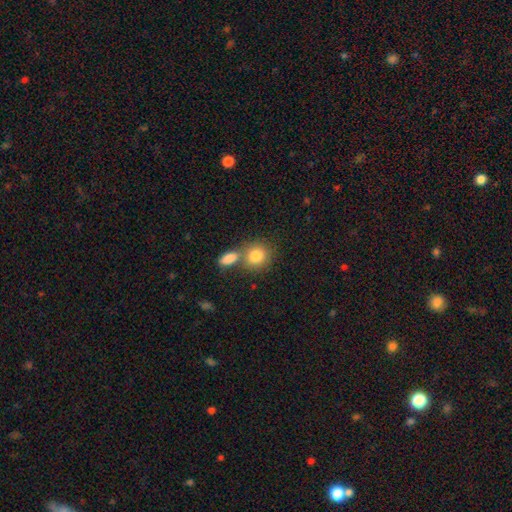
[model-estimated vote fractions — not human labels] This is clearly a smooth galaxy (83%). How rounded: likely round (69%). Merging: possibly none (49%).